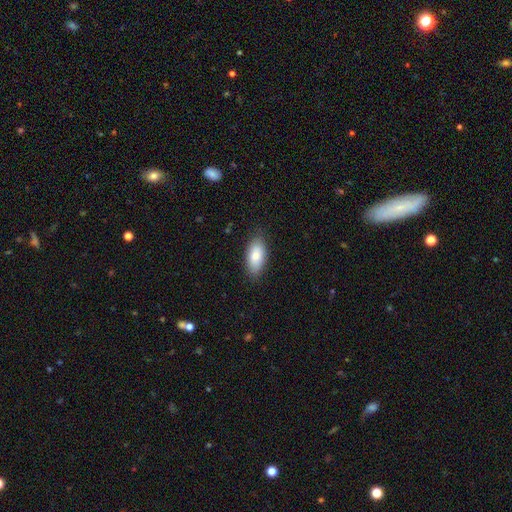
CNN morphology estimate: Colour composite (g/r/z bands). It shows a smooth galaxy with no disk features (80%) that is in between round and cigar-shaped (90%). Merging: none (84%).